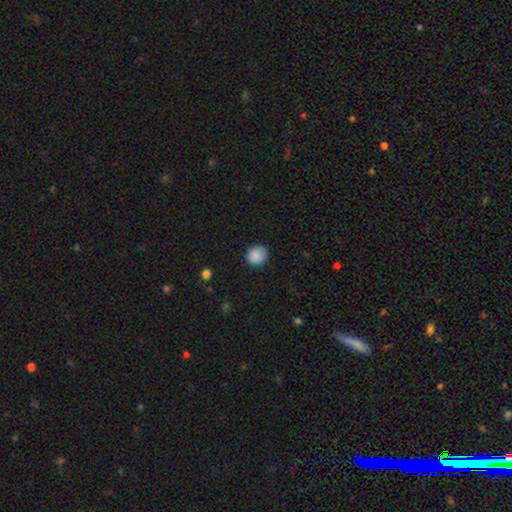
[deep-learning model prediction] A smooth galaxy with no disk features (89%) that is round (88%).

Vote fractions:
- Smooth or featured? smooth: 89% / star or artifact: 8% / featured or disk: 3%
- How rounded? round: 88% / in between: 11% / cigar-shaped: 1%
- Merging? none: 89% / minor disturbance: 8% / major disturbance: 2% / merger: 1%